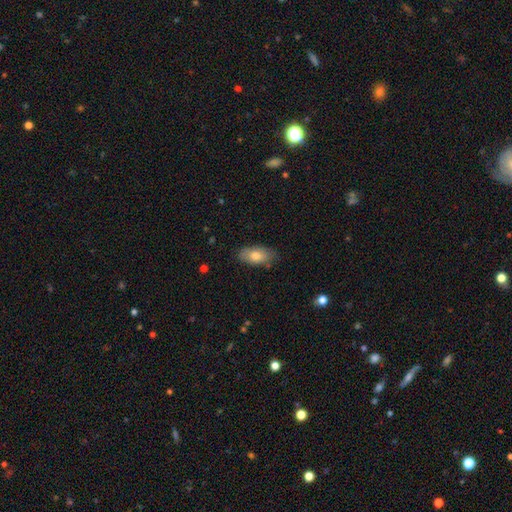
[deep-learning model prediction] Smooth or featured? Predicted: smooth (p=0.77). How rounded? Predicted: in between (p=0.91). Merging? Predicted: none (p=0.78).